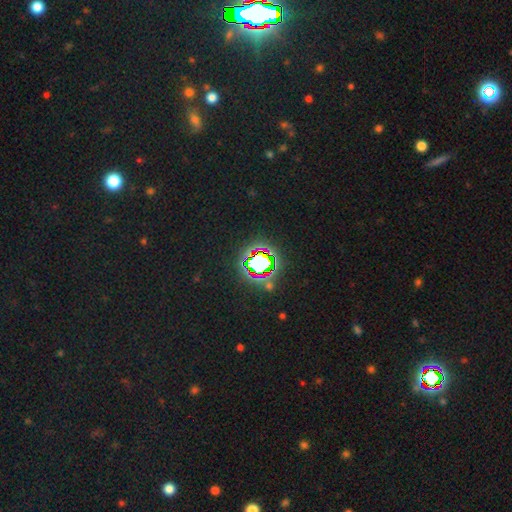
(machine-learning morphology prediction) Smooth or featured?
  - star or artifact: 72% *
  - smooth: 17%
  - featured or disk: 11%